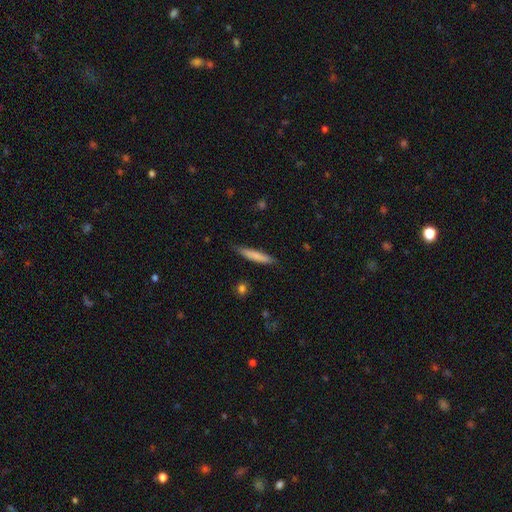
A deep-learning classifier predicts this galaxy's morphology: Smooth or featured? smooth (77%)
How rounded? cigar-shaped (91%)
Merging? none (81%)